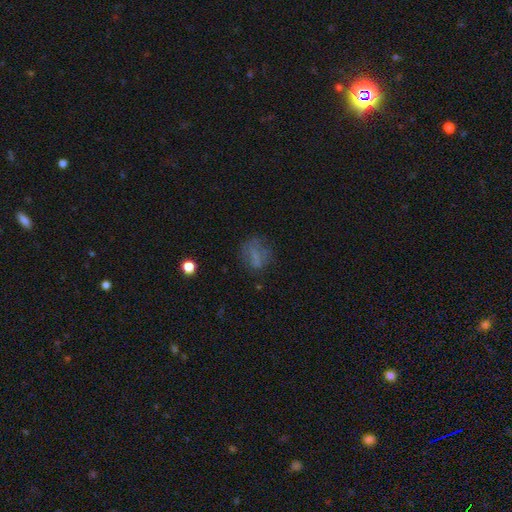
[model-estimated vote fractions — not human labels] Smooth or featured? Predicted: smooth (p=0.57). How rounded? Predicted: round (p=0.55). Merging? Predicted: none (p=0.59).